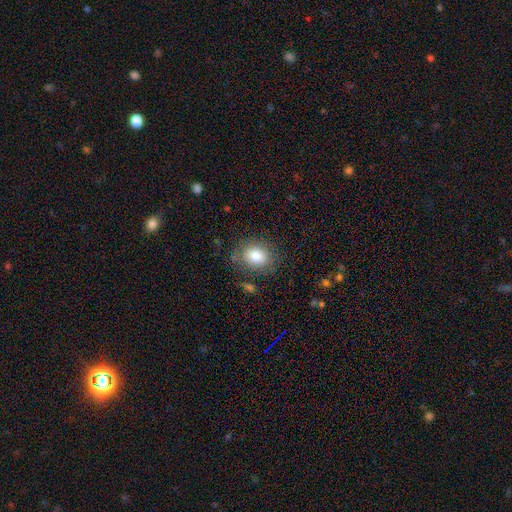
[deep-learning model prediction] Smooth or featured? Predicted: smooth (p=0.83). How rounded? Predicted: in between (p=0.52). Merging? Predicted: none (p=0.76).